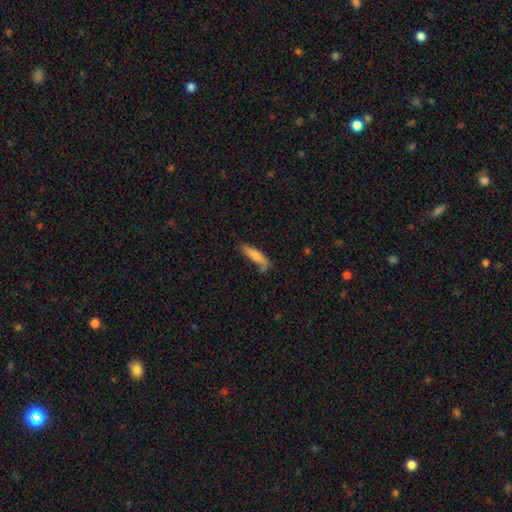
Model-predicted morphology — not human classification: type=smooth (73%); roundness=cigar-shaped (67%); merging=none (55%).